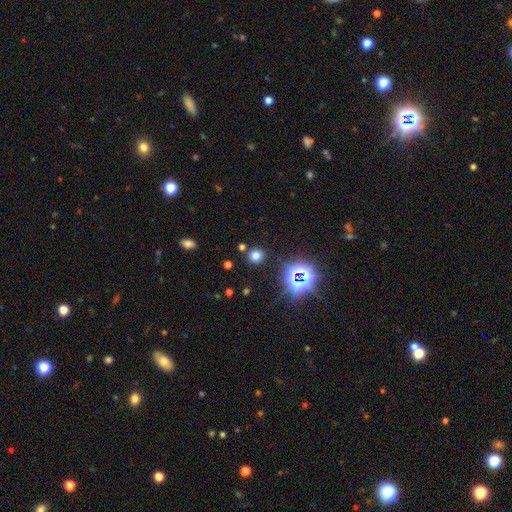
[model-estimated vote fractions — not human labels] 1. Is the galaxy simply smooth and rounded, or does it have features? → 66% smooth, 27% star or artifact, 7% featured or disk.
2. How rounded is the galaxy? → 88% round, 11% in between, 1% cigar-shaped.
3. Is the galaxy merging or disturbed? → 86% none, 7% minor disturbance, 5% merger, 3% major disturbance.